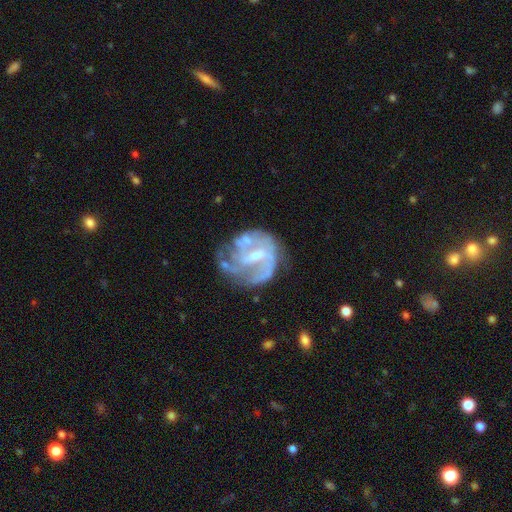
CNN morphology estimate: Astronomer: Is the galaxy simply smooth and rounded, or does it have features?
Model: featured or disk — 82%.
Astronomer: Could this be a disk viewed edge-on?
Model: no — 98%.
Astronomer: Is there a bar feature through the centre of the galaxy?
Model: weak — 48% (runner-up: no, 35%).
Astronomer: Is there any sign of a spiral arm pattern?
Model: yes — 83%.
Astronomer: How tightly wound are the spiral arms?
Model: medium — 41% (runner-up: tight, 36%).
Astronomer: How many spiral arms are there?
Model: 2 — 31% (runner-up: can't tell, 30%).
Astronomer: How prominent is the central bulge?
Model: small — 64%.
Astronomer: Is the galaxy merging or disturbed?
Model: none — 46% (runner-up: major disturbance, 24%).